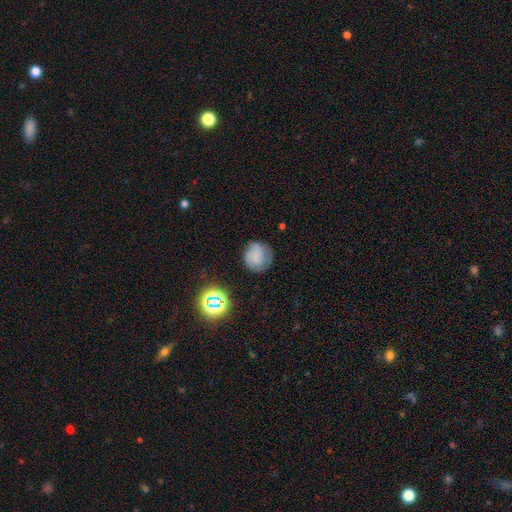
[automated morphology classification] smooth_or_featured: smooth (p=0.58) [alt: featured or disk p=0.28]
how_rounded: round (p=0.82) [alt: in between p=0.17]
merging: none (p=0.66) [alt: minor disturbance p=0.23]